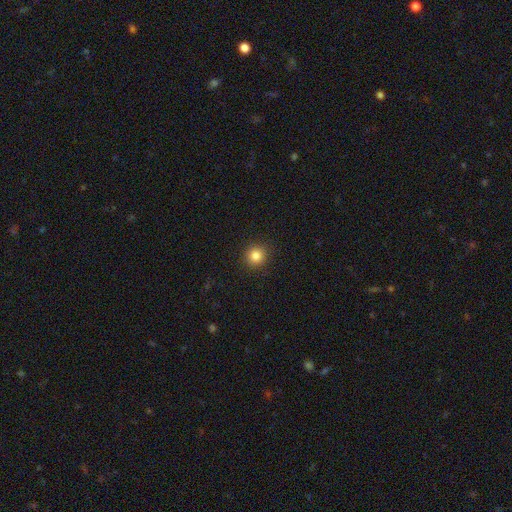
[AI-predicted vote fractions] Overall: smooth (84%). How rounded: round (93%). Merging: none (92%).